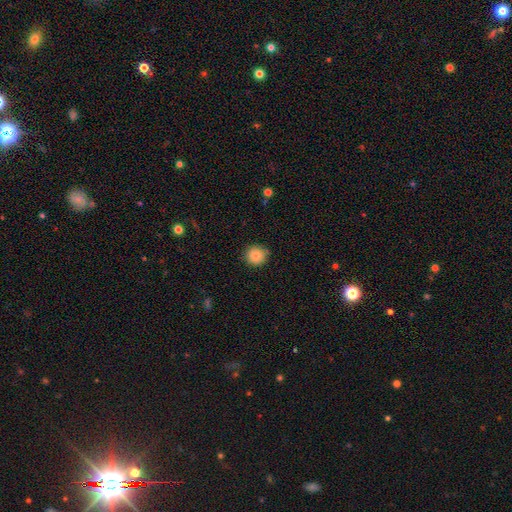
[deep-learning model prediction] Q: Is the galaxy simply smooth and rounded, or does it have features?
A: smooth — 83%.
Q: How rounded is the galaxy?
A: round — 93%.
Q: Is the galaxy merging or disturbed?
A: none — 86%.